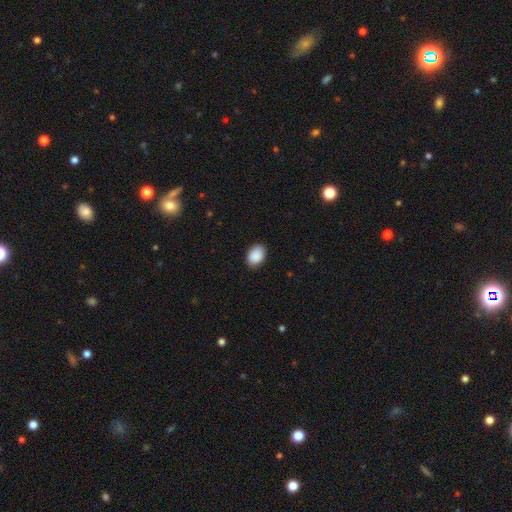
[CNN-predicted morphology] Smooth or featured: smooth — 90% (star or artifact — 7%)
How rounded: in between — 82% (round — 17%)
Merging: none — 87% (minor disturbance — 10%)